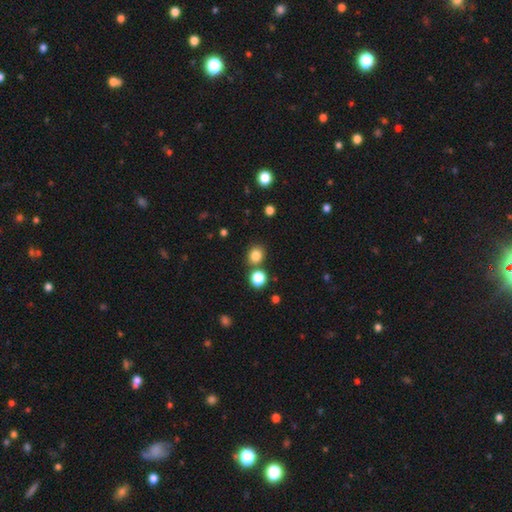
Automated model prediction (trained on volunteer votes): smooth 82%, star or artifact 13%, featured or disk 5%. Down the decision tree: how rounded — round (81%); merging — none (74%).